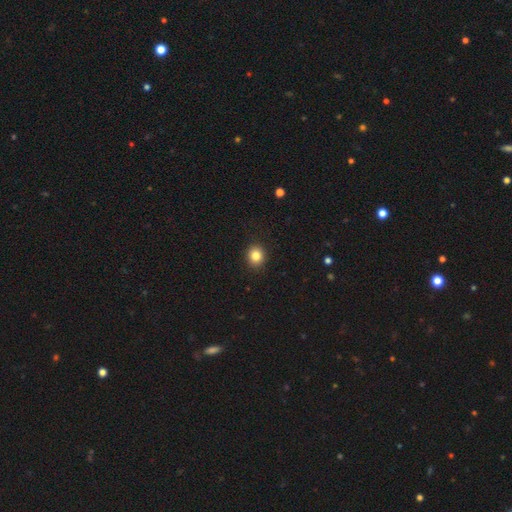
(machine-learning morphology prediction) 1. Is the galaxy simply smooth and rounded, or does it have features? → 83% smooth, 11% star or artifact, 6% featured or disk.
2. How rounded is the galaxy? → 75% round, 24% in between, 1% cigar-shaped.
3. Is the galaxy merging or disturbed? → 91% none, 6% minor disturbance, 2% major disturbance, 1% merger.